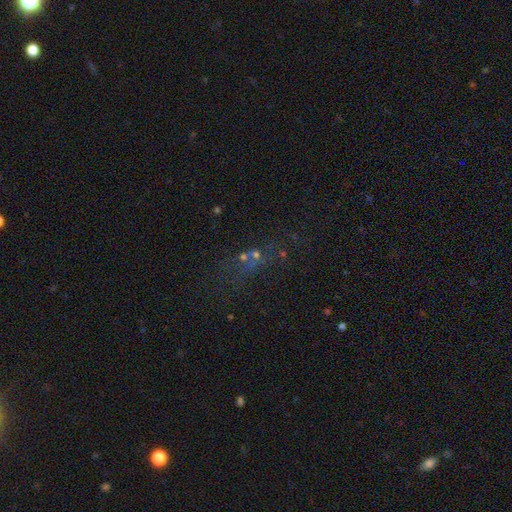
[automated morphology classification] This is marginally a star or artifact rather than a galaxy (43%).